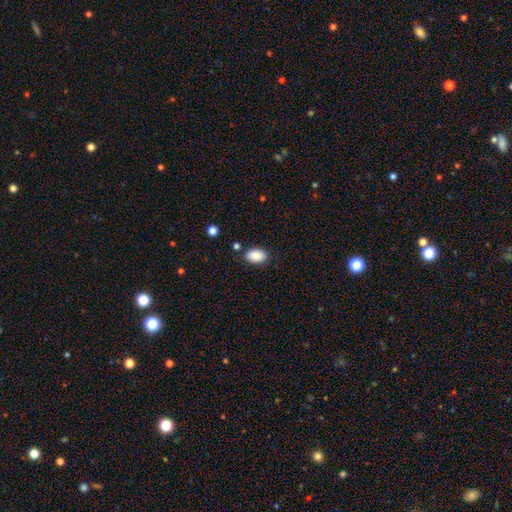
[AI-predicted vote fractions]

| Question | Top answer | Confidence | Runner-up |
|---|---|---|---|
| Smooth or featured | smooth | 88% | star or artifact (8%) |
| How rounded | in between | 90% | round (8%) |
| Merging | none | 82% | minor disturbance (12%) |